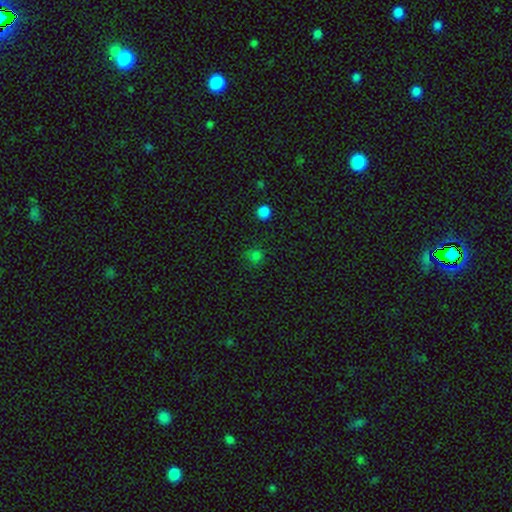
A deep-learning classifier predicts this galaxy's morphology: smooth_or_featured: smooth (p=0.72) [alt: star or artifact p=0.23]
how_rounded: round (p=0.89) [alt: in between p=0.10]
merging: none (p=0.79) [alt: minor disturbance p=0.13]